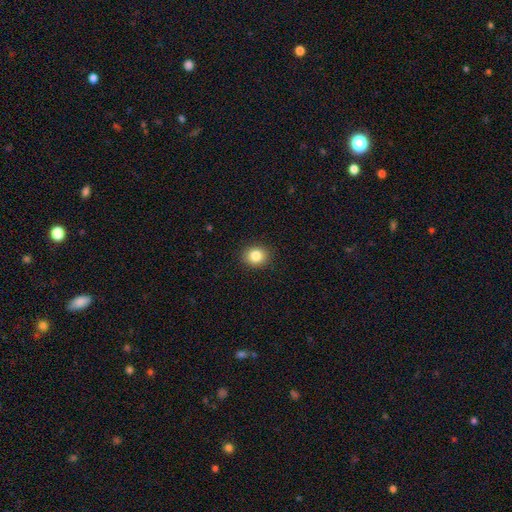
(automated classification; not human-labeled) This appears to be a smooth galaxy with no disk features (84%) that is round (69%). Merging: none (91%).